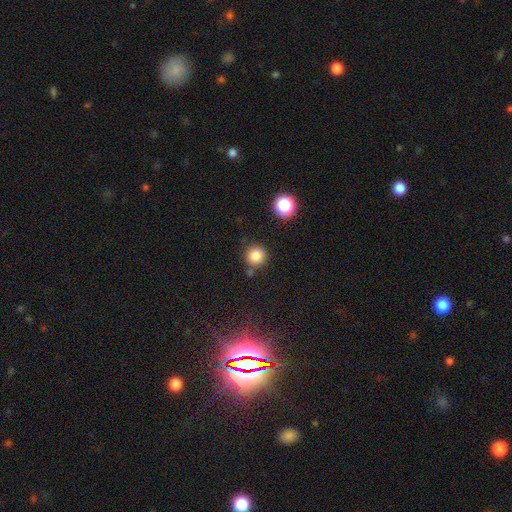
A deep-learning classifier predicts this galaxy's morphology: smooth 83%, star or artifact 12%, featured or disk 5%. Down the decision tree: how rounded — round (94%); merging — none (79%).